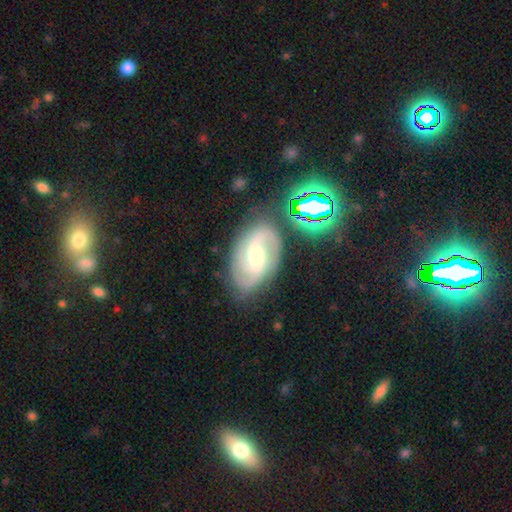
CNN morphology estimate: Overall: featured or disk (83%). Edge-on disk: no (96%). Bar: weak (48%; no 32%). Spiral arms: yes (97%). Spiral arm count: 2 (61%). Spiral winding: medium (48%; tight 31%). Bulge size: moderate (54%; small 40%). Merging: none (75%).